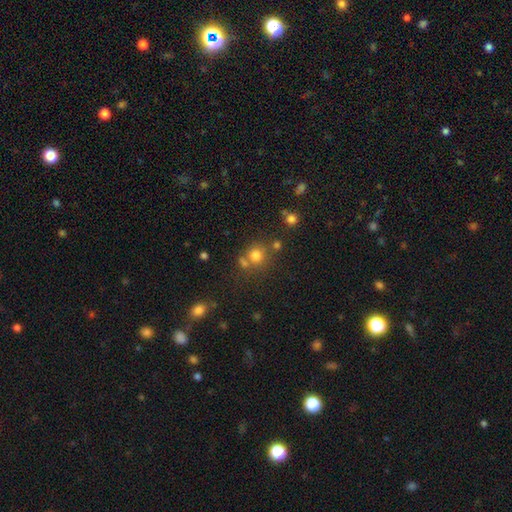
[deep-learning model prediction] smooth_or_featured: smooth (p=0.75) [alt: star or artifact p=0.16]
how_rounded: round (p=0.88) [alt: in between p=0.11]
merging: none (p=0.65) [alt: merger p=0.21]